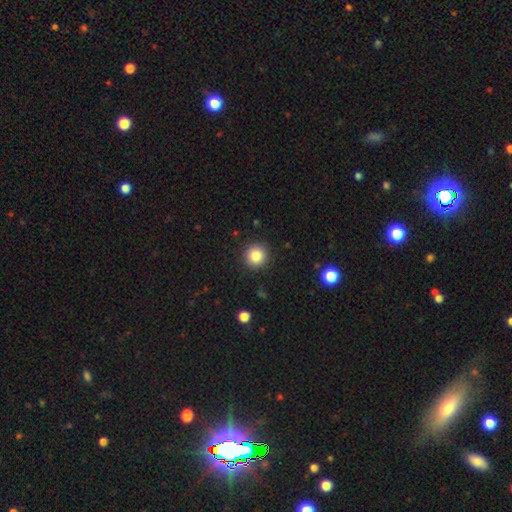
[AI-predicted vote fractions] Smooth or featured? smooth (85%)
How rounded? round (94%)
Merging? none (91%)